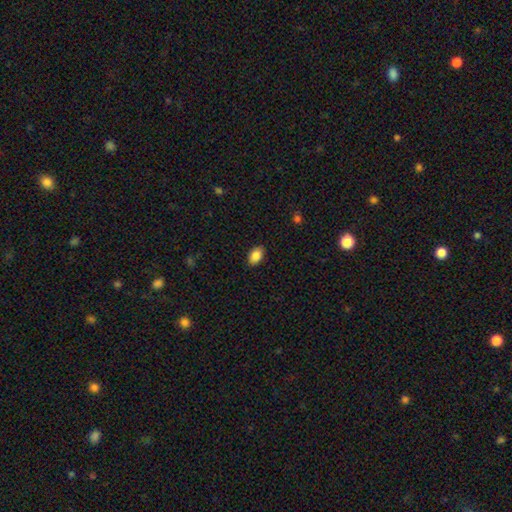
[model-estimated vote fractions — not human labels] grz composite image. It shows a smooth galaxy with no disk features (87%) that is in between round and cigar-shaped (87%). Merging: none (88%).